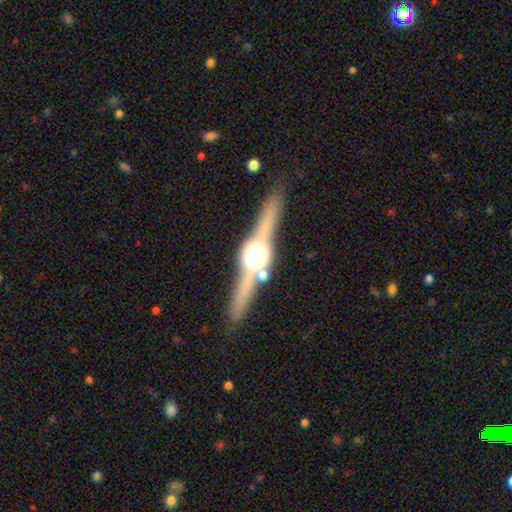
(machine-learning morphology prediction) Q: Smooth or featured?
A: featured or disk (80%); runner-up: smooth (13%)
Q: Edge-on disk?
A: yes (97%); runner-up: no (3%)
Q: Edge-on bulge?
A: rounded (93%); runner-up: boxy (5%)
Q: Merging?
A: none (84%); runner-up: minor disturbance (9%)